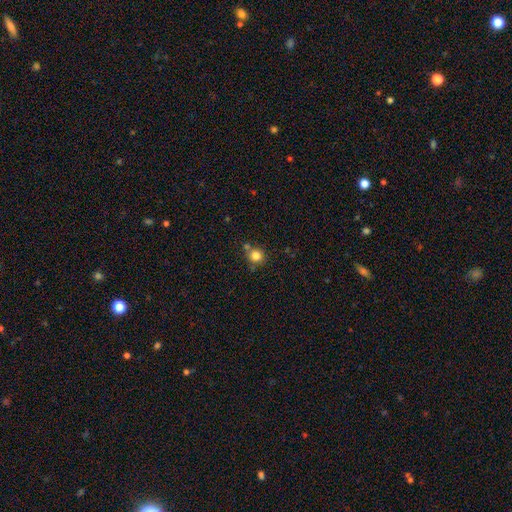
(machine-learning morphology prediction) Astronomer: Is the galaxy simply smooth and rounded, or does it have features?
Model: smooth — 82%.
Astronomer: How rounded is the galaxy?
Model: round — 90%.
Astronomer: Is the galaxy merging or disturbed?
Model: none — 70%.